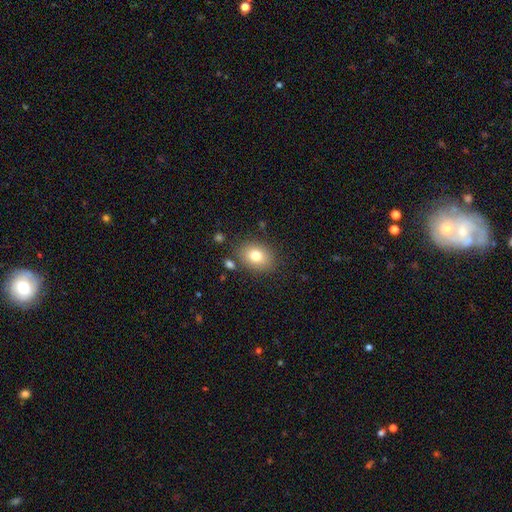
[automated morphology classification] type=smooth (79%); roundness=in between (64%); merging=none (81%).